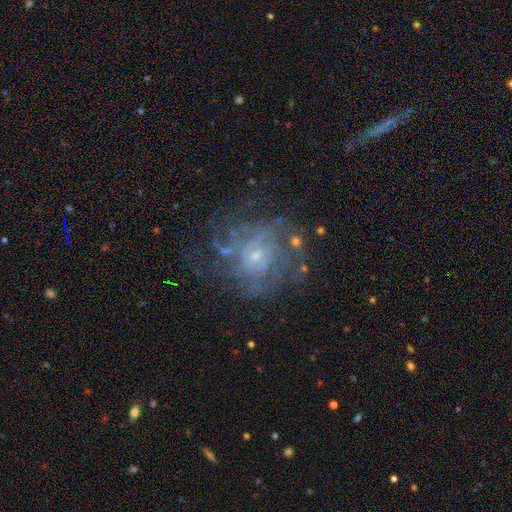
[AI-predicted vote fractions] This appears to be a featured or disk galaxy (76%) with no bar (67%), tight (55%) spiral arms (79%) and a small central bulge (69%). Merging: none (65%).